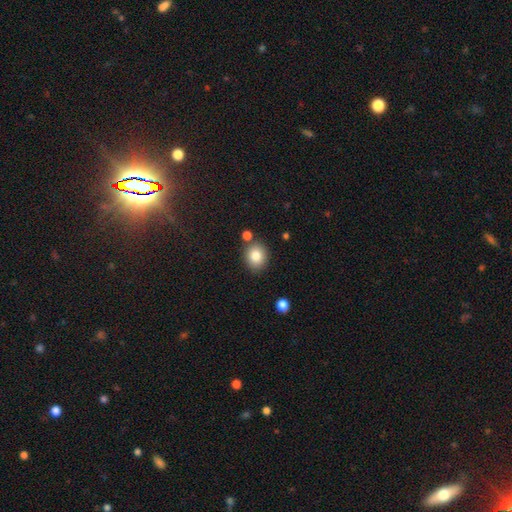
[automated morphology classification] A smooth galaxy with no disk features (83%) that is round (73%). Merging: none (80%).